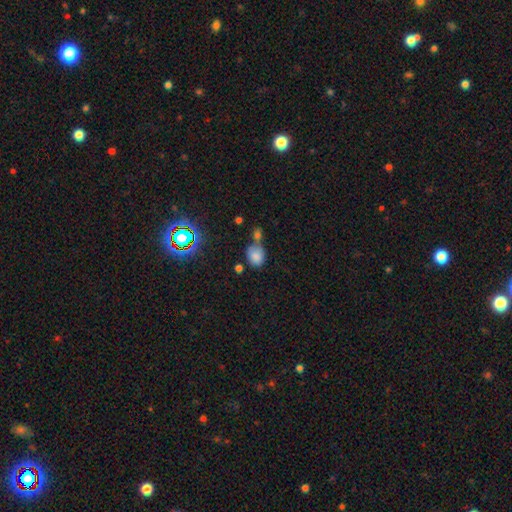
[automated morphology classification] type=smooth (77%); roundness=round (55%); merging=none (43%).